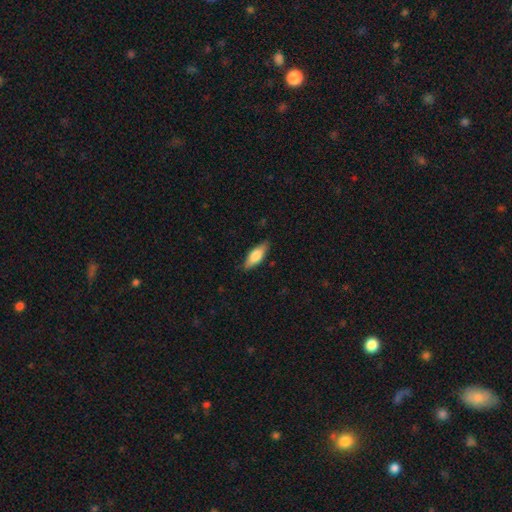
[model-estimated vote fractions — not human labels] This is likely a smooth galaxy (73%). How rounded: likely in between (72%). Merging: clearly none (83%).